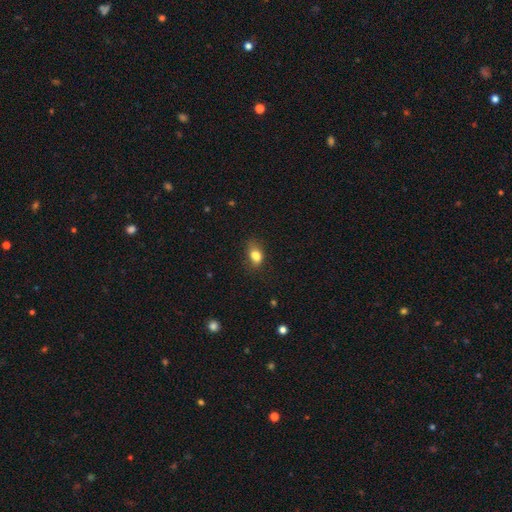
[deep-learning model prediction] Smooth or featured?
  - smooth: 81% *
  - star or artifact: 10%
  - featured or disk: 9%
How rounded?
  - in between: 79% *
  - round: 19%
  - cigar-shaped: 2%
Merging?
  - none: 58% *
  - minor disturbance: 28%
  - major disturbance: 10%
  - merger: 4%